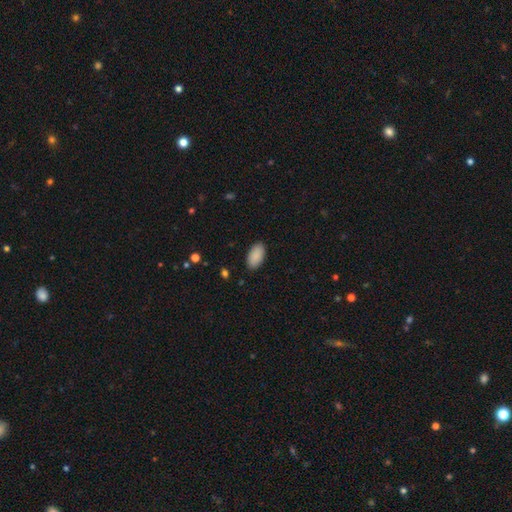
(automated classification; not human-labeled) The model was most divided on "merging": none: 90%, minor disturbance: 8%, major disturbance: 2%, merger: 1%. More confident: how rounded — in between (95%); smooth or featured — smooth (91%).